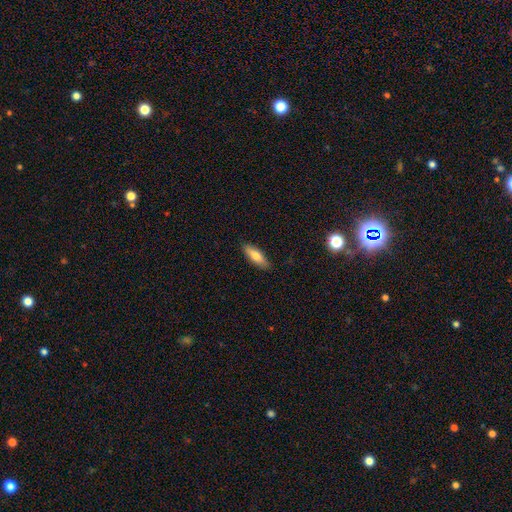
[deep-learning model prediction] Smooth or featured? smooth (72%)
How rounded? in between (55%)
Merging? none (87%)